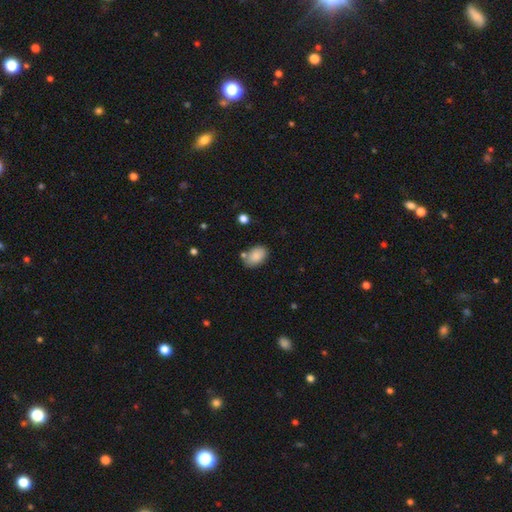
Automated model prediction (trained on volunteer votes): A smooth galaxy with no disk features (87%) that is in between round and cigar-shaped (87%).

Vote fractions:
- Smooth or featured? smooth: 87% / star or artifact: 7% / featured or disk: 6%
- How rounded? in between: 87% / round: 12% / cigar-shaped: 1%
- Merging? none: 70% / minor disturbance: 17% / merger: 9% / major disturbance: 4%